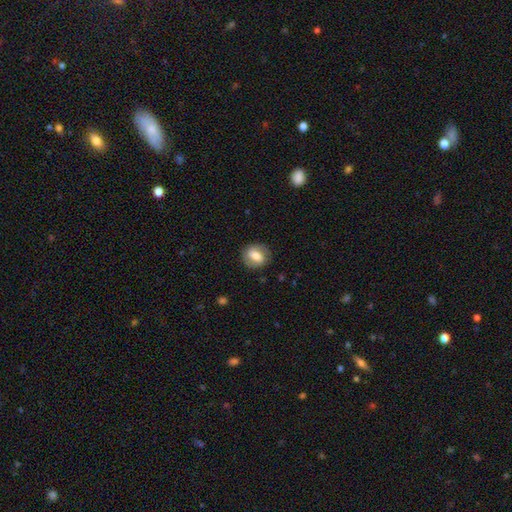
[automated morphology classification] Smooth or featured?
  - smooth: 61% *
  - featured or disk: 32%
  - star or artifact: 8%
How rounded?
  - round: 58% *
  - in between: 40%
  - cigar-shaped: 1%
Merging?
  - none: 82% *
  - minor disturbance: 13%
  - major disturbance: 5%
  - merger: 1%